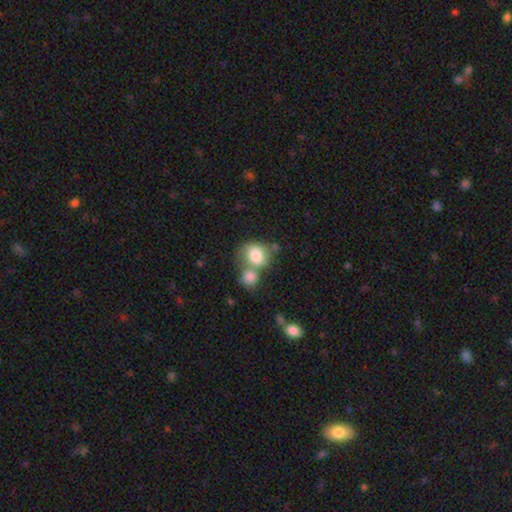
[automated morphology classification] A smooth galaxy with no disk features (80%) that is round (54%). Merging: merger (56%).